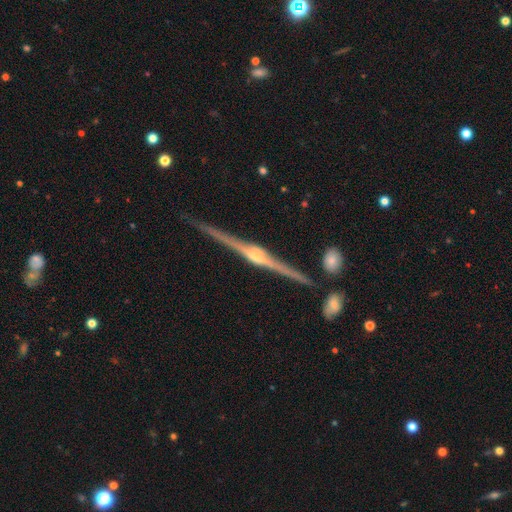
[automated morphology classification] Smooth or featured? Predicted: featured or disk (p=0.90). Edge-on disk? Predicted: yes (p=0.98). Edge-on bulge? Predicted: rounded (p=0.82). Merging? Predicted: none (p=0.87).